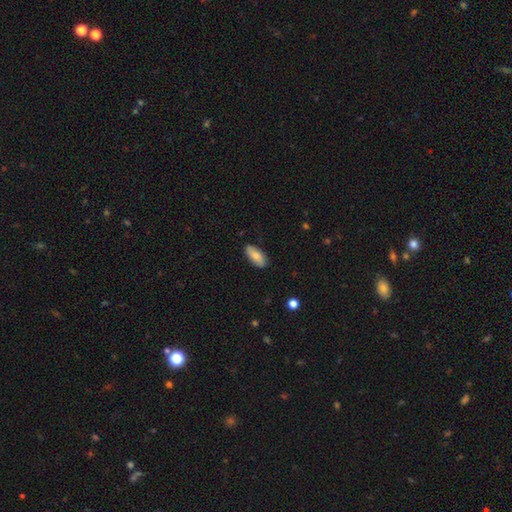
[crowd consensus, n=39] smooth_or_featured: smooth (p=0.85) [alt: featured or disk p=0.13]
how_rounded: in between (p=0.82) [alt: cigar-shaped p=0.15]
merging: none (p=0.89) [alt: minor disturbance p=0.08]